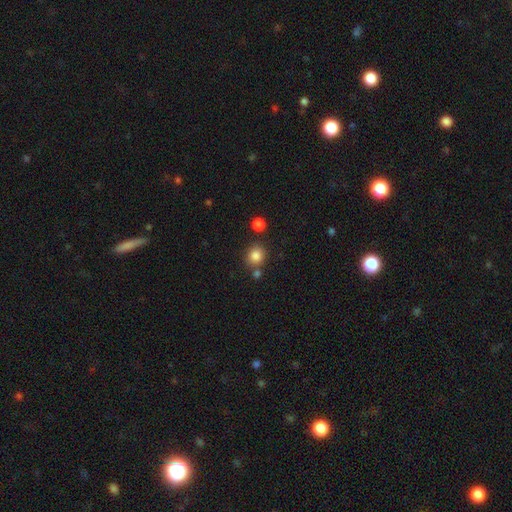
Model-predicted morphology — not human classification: This appears to be a smooth galaxy with no disk features (84%) that is round (84%). Merging: none (76%).